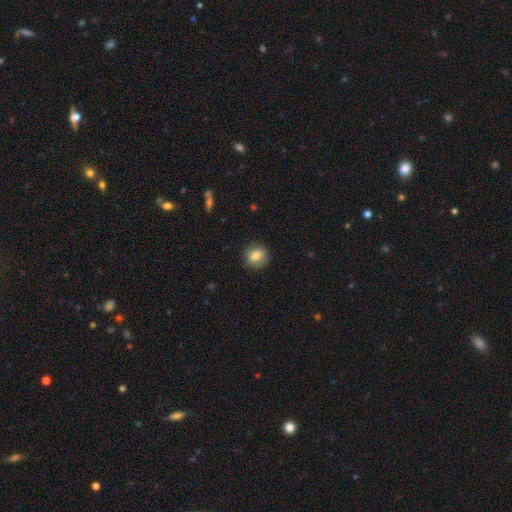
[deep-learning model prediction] A smooth galaxy with no disk features (80%) that is round (90%).

Vote fractions:
- Smooth or featured? smooth: 80% / featured or disk: 11% / star or artifact: 9%
- How rounded? round: 90% / in between: 9% / cigar-shaped: 1%
- Merging? none: 88% / minor disturbance: 8% / major disturbance: 2% / merger: 1%